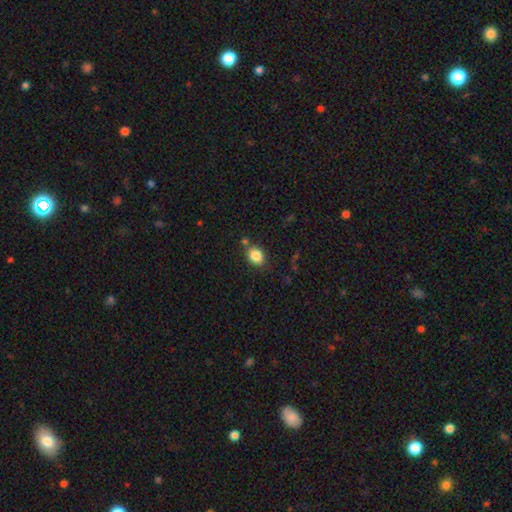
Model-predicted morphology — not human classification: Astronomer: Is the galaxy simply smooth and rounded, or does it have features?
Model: smooth — 85%.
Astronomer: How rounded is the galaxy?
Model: in between — 50% (runner-up: round, 49%).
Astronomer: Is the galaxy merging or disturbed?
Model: none — 76%.